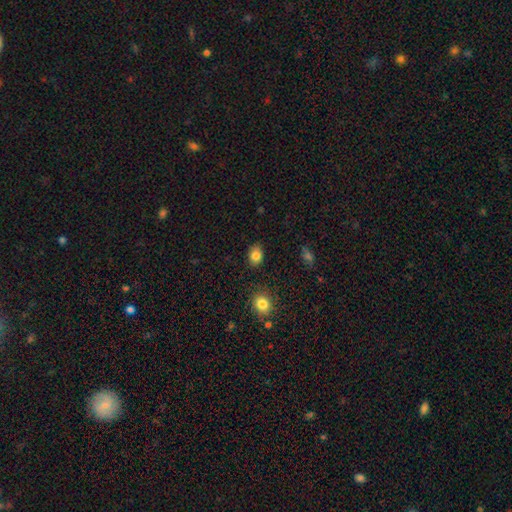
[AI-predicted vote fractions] Overall: smooth (84%). How rounded: in between (68%; round 31%). Merging: none (83%).